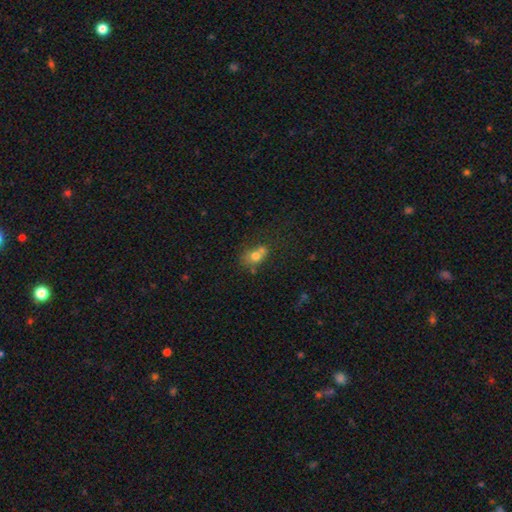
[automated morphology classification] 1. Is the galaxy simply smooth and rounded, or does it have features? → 69% smooth, 18% featured or disk, 13% star or artifact.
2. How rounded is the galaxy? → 50% round, 49% in between, 2% cigar-shaped.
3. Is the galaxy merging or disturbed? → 44% merger, 34% none, 15% minor disturbance, 8% major disturbance.